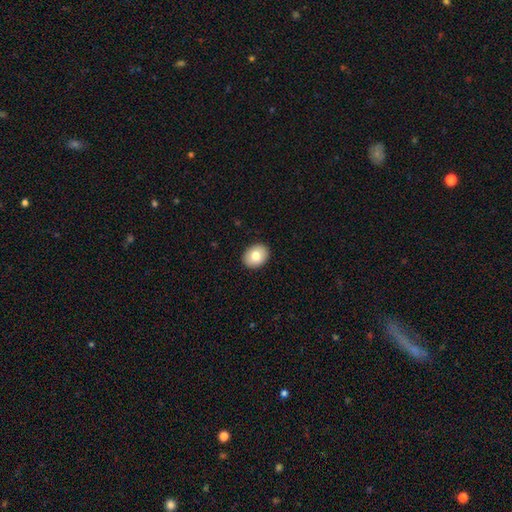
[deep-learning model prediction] Smooth or featured? smooth (78%)
How rounded? in between (59%)
Merging? none (91%)